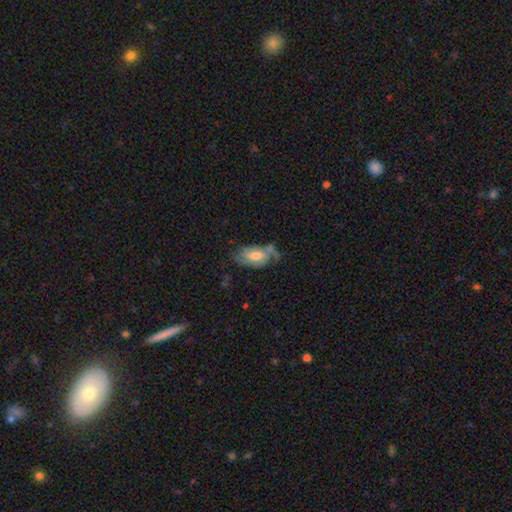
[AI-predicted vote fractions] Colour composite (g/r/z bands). It shows a featured or disk galaxy (65%) with a weak bar (49%), 2 (64%) medium (43%) spiral arms (85%) and a moderate central bulge (61%). Merging: none (46%).